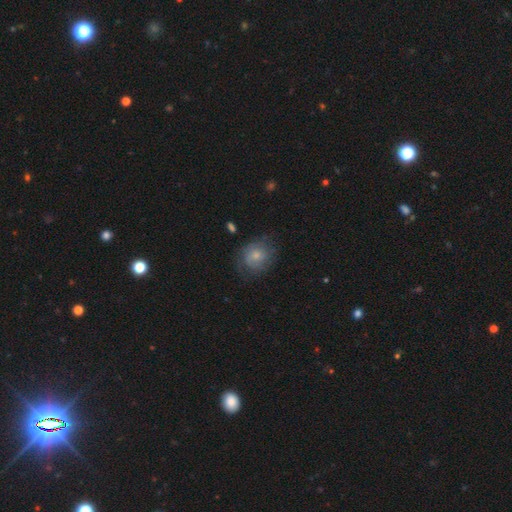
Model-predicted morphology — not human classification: Overall: smooth (61%; featured or disk 31%). How rounded: round (69%; in between 30%). Merging: none (63%; minor disturbance 23%).